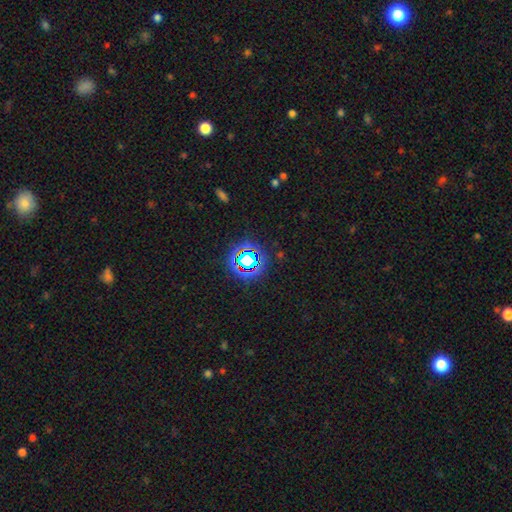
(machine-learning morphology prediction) A star or artifact, not a galaxy (78%).